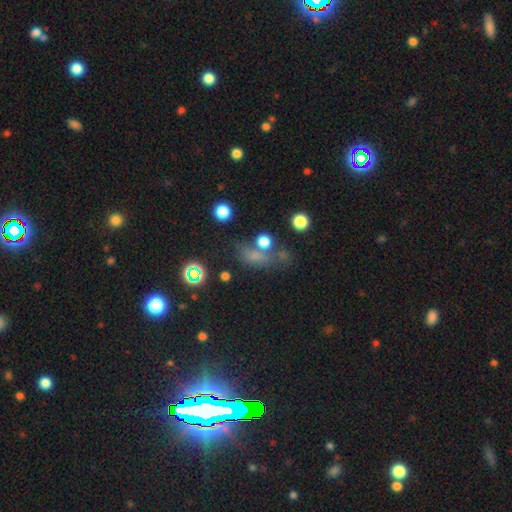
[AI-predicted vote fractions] A smooth galaxy with no disk features (54%) that is in between round and cigar-shaped (56%). Merging: none (51%).